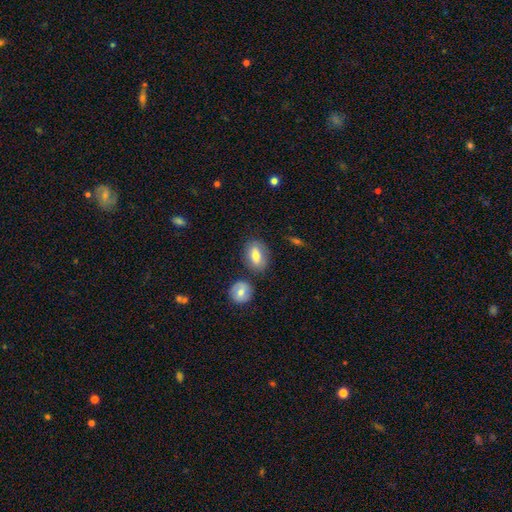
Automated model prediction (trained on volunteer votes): Q: Smooth or featured?
A: smooth (73%); runner-up: featured or disk (20%)
Q: How rounded?
A: in between (80%); runner-up: round (16%)
Q: Merging?
A: none (75%); runner-up: minor disturbance (13%)